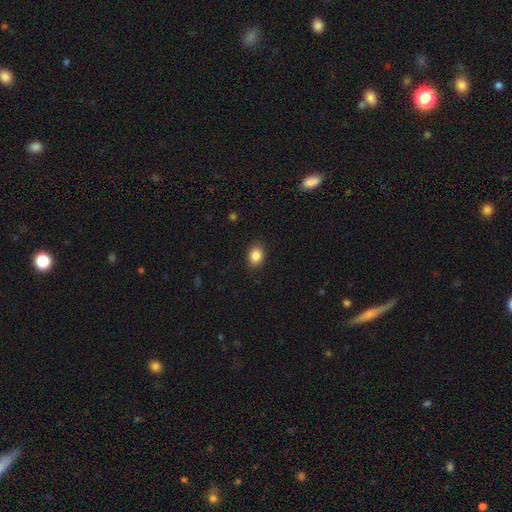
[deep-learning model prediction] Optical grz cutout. It shows a smooth galaxy with no disk features (86%) that is in between round and cigar-shaped (66%). Merging: none (88%).